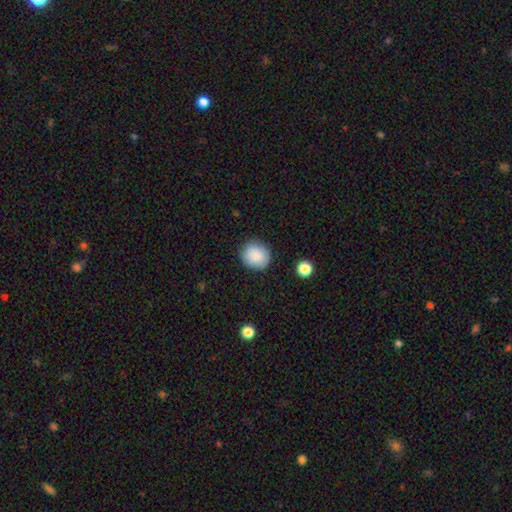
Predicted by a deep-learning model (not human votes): A smooth galaxy with no disk features (87%) that is round (86%). Merging: none (87%).